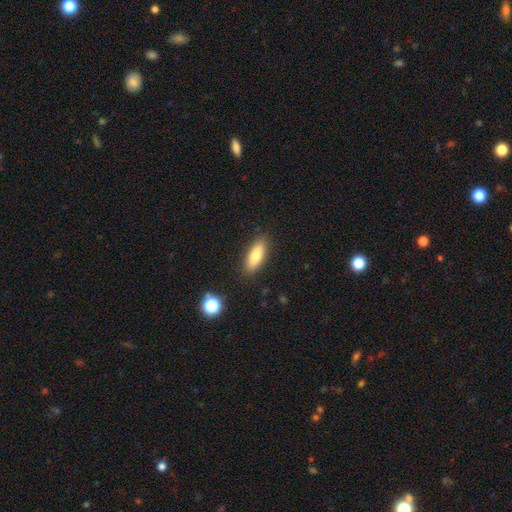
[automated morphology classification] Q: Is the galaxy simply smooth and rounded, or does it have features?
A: smooth — 78%.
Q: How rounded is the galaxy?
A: in between — 69%.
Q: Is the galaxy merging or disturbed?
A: none — 86%.